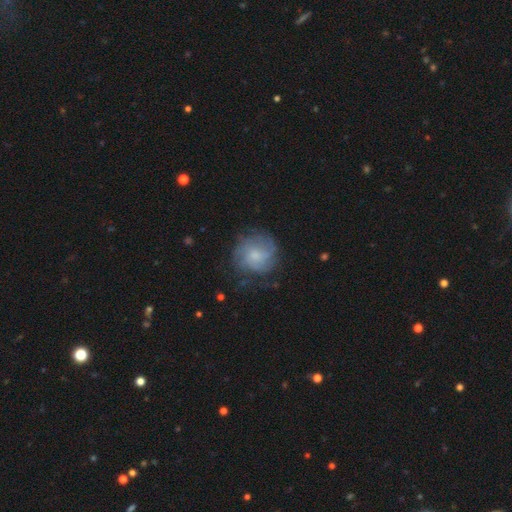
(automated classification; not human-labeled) Smooth or featured: featured or disk — 49% (smooth — 42%)
Merging: none — 66% (minor disturbance — 21%)